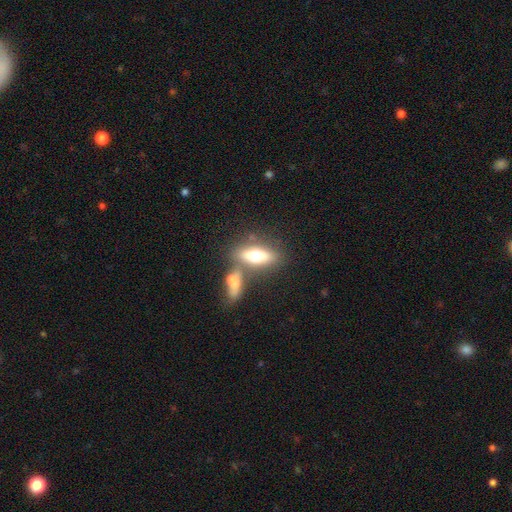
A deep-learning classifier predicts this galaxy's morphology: A smooth galaxy with no disk features (61%) that is in between round and cigar-shaped (67%). Merging: none (52%).